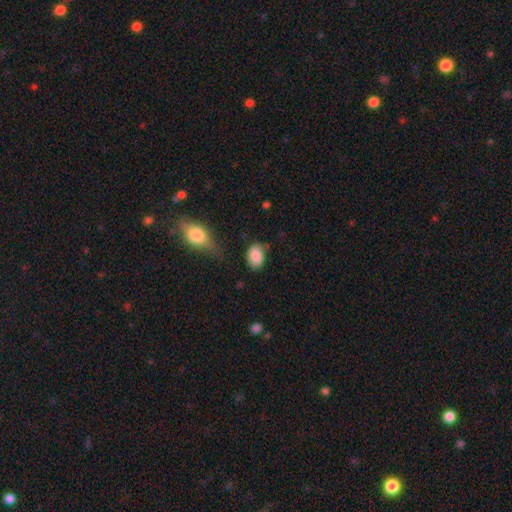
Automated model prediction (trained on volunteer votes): smooth 87%, star or artifact 7%, featured or disk 6%. Down the decision tree: how rounded — in between (81%); merging — none (78%).